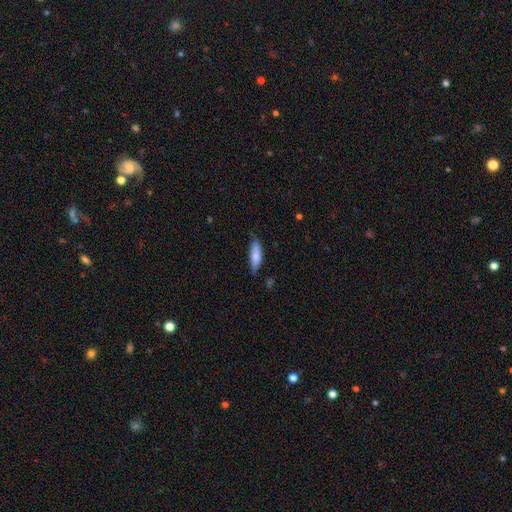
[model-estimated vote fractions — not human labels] smooth-or-featured: smooth: 75% | featured or disk: 19% | star or artifact: 6%
  how-rounded: in between: 51% | cigar-shaped: 47% | round: 2%
  merging: none: 68% | minor disturbance: 26% | major disturbance: 4% | merger: 2%